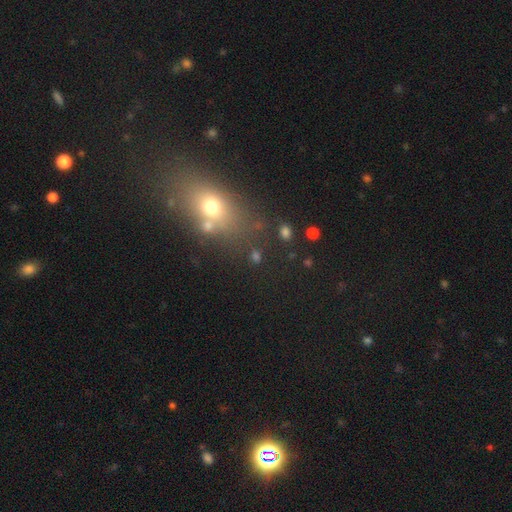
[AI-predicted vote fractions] Morphology: type=smooth (57%); roundness=round (54%); merging=none (67%).